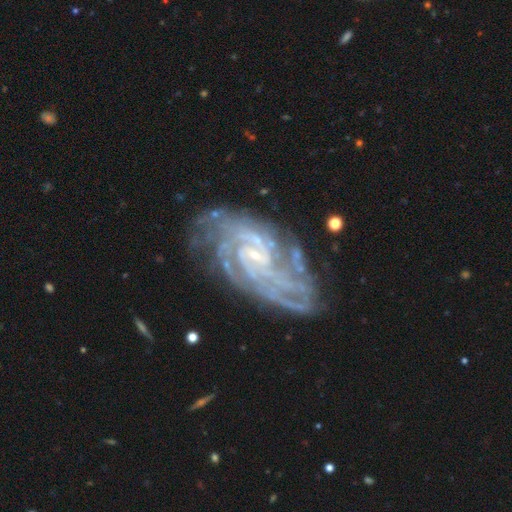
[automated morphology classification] The model was most divided on "bar": no: 43%, weak: 41%, strong: 15%. Remaining: spiral arms — yes (97%); edge-on disk — no (96%); smooth or featured — featured or disk (89%); bulge size — small (78%); merging — none (70%); spiral winding — tight (66%); spiral arm count — can't tell (26%).